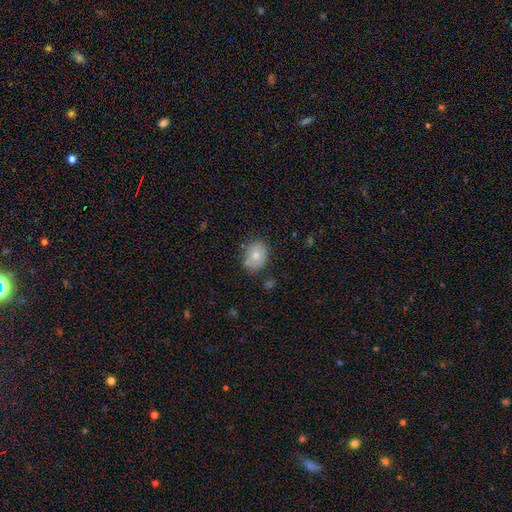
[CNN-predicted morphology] A smooth galaxy with no disk features (77%) that is in between round and cigar-shaped (58%).

Vote fractions:
- Smooth or featured? smooth: 77% / featured or disk: 15% / star or artifact: 8%
- How rounded? in between: 58% / round: 41% / cigar-shaped: 1%
- Merging? none: 70% / minor disturbance: 19% / merger: 7% / major disturbance: 4%